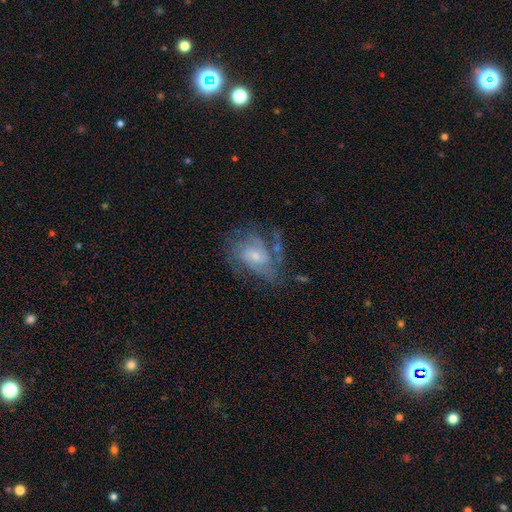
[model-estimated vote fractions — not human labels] Morphology: type=featured or disk (74%); edge-on=no (97%); bar=no (56%); spiral arms=yes (84%); winding=medium (43%); arm count=can't tell (37%); bulge=small (56%); merging=none (50%).